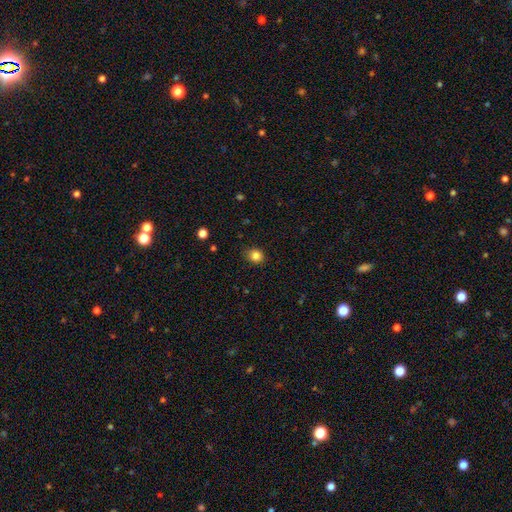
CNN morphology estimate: Smooth or featured? smooth (84%)
How rounded? round (67%)
Merging? none (82%)